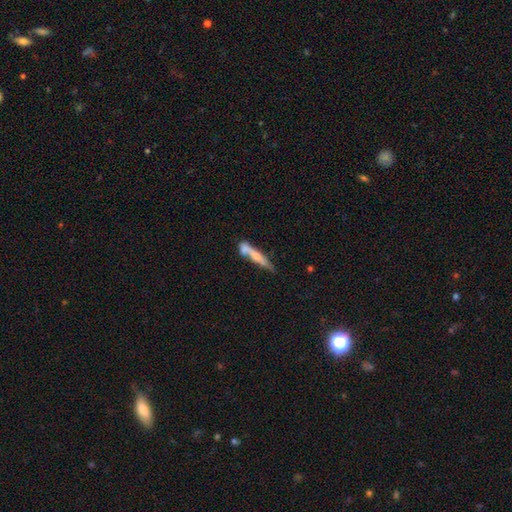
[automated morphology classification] Smooth or featured? Predicted: smooth (p=0.51). How rounded? Predicted: cigar-shaped (p=0.85). Merging? Predicted: none (p=0.41).